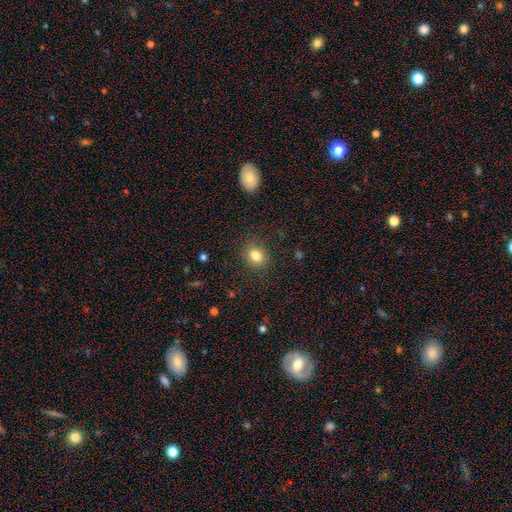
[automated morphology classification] smooth-or-featured: smooth: 82% | star or artifact: 12% | featured or disk: 7%
  how-rounded: round: 66% | in between: 33% | cigar-shaped: 1%
  merging: none: 87% | minor disturbance: 9% | major disturbance: 3% | merger: 1%